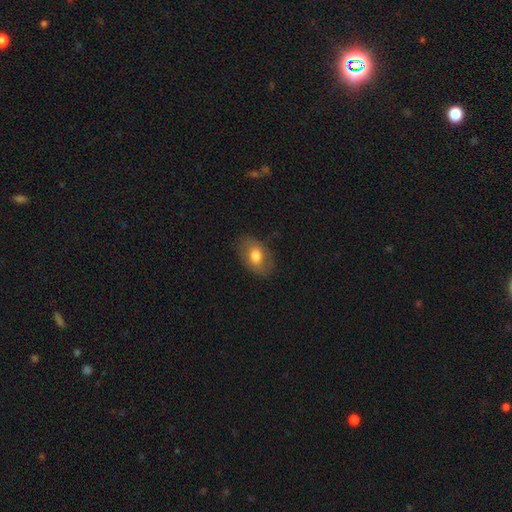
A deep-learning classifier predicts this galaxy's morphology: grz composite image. It shows a smooth galaxy with no disk features (68%) that is in between round and cigar-shaped (82%). Merging: none (76%).